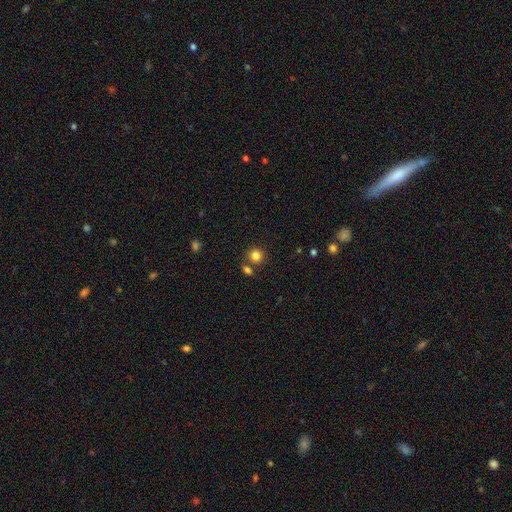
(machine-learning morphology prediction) smooth_or_featured: smooth (p=0.82) [alt: star or artifact p=0.12]
how_rounded: round (p=0.87) [alt: in between p=0.12]
merging: none (p=0.71) [alt: merger p=0.17]